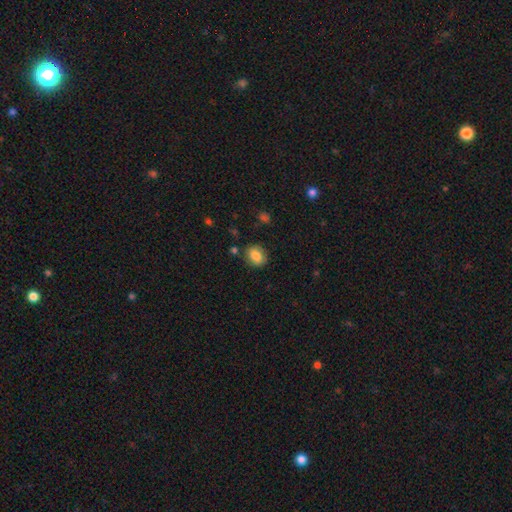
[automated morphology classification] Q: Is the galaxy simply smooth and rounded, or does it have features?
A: smooth — 84%.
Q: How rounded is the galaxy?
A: in between — 56%.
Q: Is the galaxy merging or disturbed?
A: none — 81%.